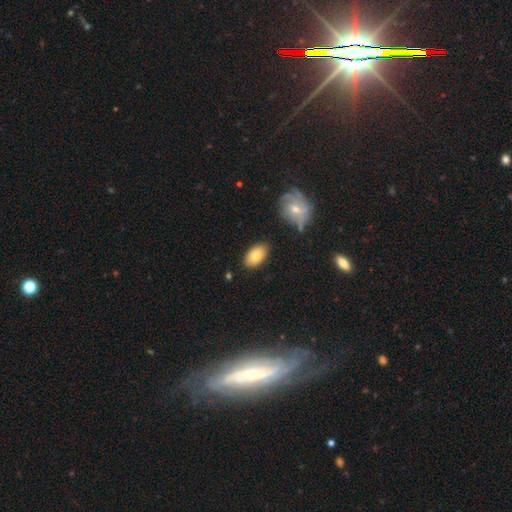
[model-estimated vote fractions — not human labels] This appears to be a smooth galaxy with no disk features (81%) that is in between round and cigar-shaped (92%). Merging: none (84%).